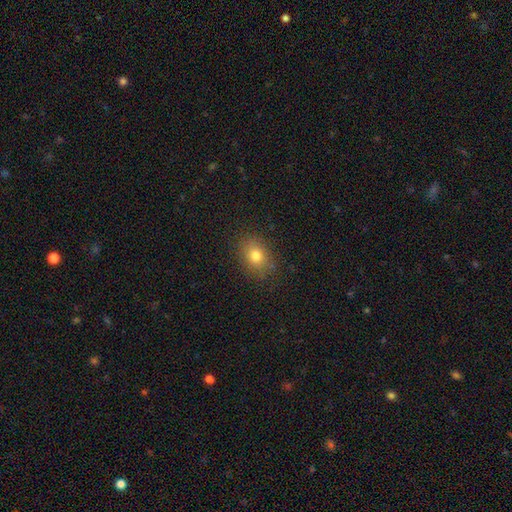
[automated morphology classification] Smooth or featured?
  - smooth: 78% *
  - star or artifact: 12%
  - featured or disk: 10%
How rounded?
  - in between: 59% *
  - round: 40%
  - cigar-shaped: 1%
Merging?
  - none: 84% *
  - minor disturbance: 11%
  - major disturbance: 3%
  - merger: 1%